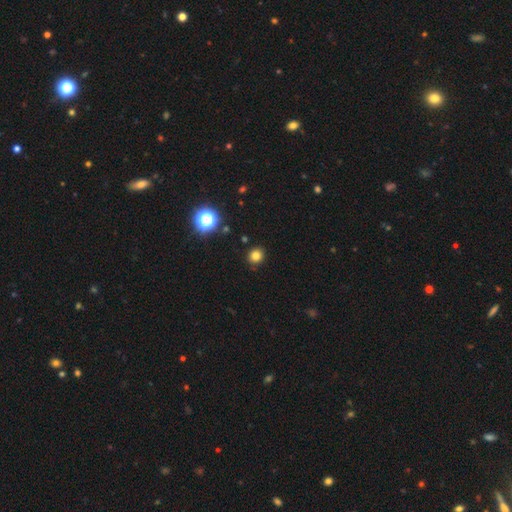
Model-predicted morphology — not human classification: type=smooth (79%); roundness=round (85%); merging=none (89%).